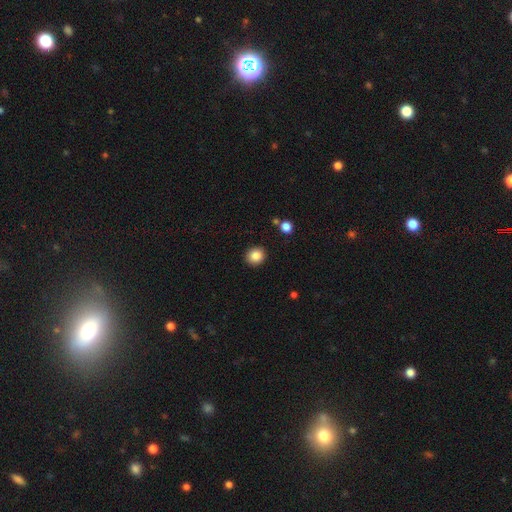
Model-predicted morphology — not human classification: type=smooth (86%); roundness=round (83%); merging=none (91%).